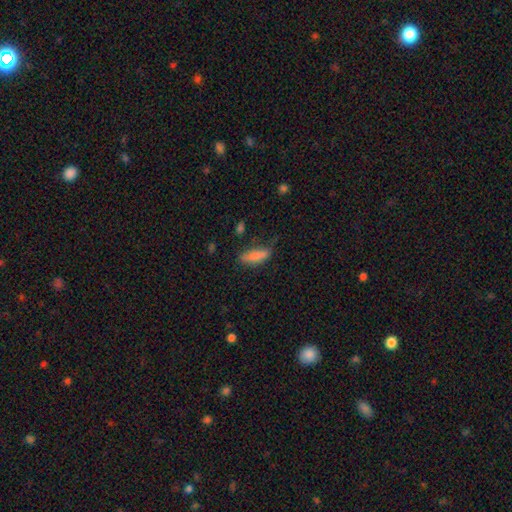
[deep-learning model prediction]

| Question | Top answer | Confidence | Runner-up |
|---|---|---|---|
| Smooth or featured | smooth | 83% | featured or disk (10%) |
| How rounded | in between | 56% | cigar-shaped (42%) |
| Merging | none | 62% | minor disturbance (26%) |